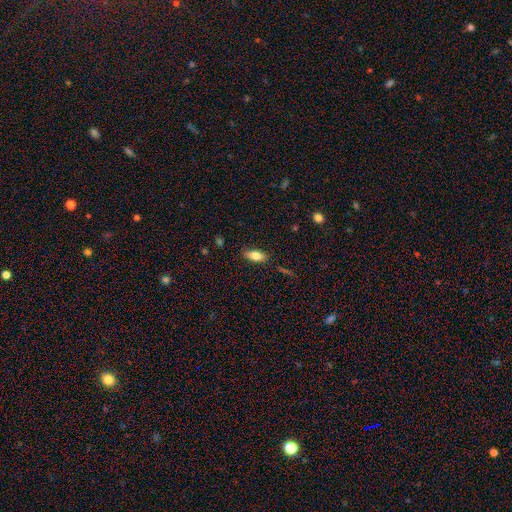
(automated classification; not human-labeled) A smooth galaxy with no disk features (79%) that is in between round and cigar-shaped (82%).

Vote fractions:
- Smooth or featured? smooth: 79% / featured or disk: 13% / star or artifact: 8%
- How rounded? in between: 82% / cigar-shaped: 15% / round: 3%
- Merging? none: 83% / minor disturbance: 13% / major disturbance: 3% / merger: 1%